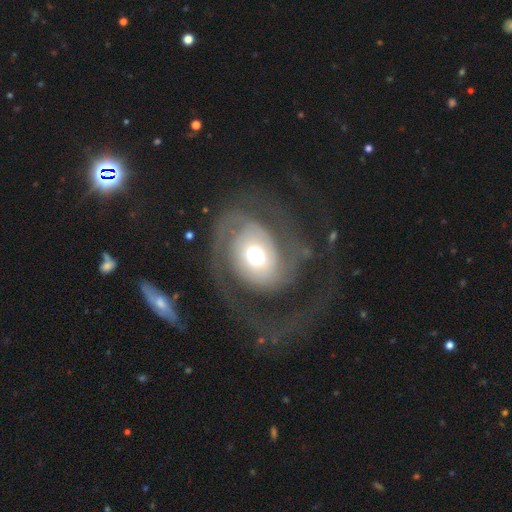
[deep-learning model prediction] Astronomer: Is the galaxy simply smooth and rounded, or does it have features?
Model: featured or disk — 77%.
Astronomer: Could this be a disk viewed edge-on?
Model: no — 97%.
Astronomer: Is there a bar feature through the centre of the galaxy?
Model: no — 71%.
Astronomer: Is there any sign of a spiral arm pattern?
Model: yes — 85%.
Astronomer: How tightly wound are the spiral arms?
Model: tight — 39% (runner-up: medium, 37%).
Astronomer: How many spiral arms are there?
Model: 2 — 56%.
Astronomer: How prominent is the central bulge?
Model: moderate — 61%.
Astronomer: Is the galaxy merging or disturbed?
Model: none — 50% (runner-up: major disturbance, 34%).